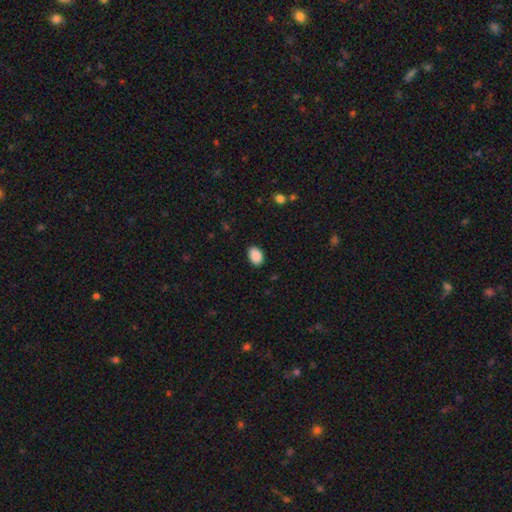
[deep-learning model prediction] A smooth galaxy with no disk features (90%) that is in between round and cigar-shaped (83%). Merging: none (89%).